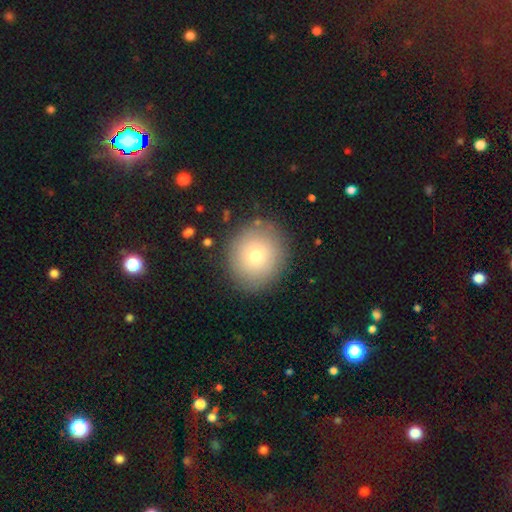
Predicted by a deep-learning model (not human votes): Smooth or featured? smooth (76%)
How rounded? round (84%)
Merging? none (85%)